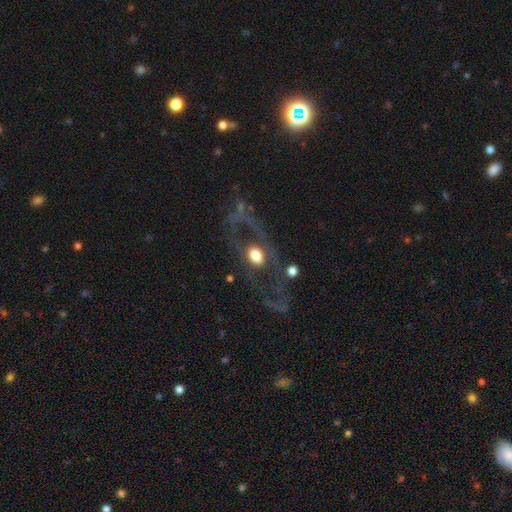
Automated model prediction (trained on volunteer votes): smooth_or_featured: featured or disk (p=0.56) [alt: smooth p=0.35]
disk_edge_on: no (p=0.92) [alt: yes p=0.08]
bar: no (p=0.77) [alt: weak p=0.16]
has_spiral_arms: no (p=0.53) [alt: yes p=0.47]
bulge_size: large (p=0.44) [alt: moderate p=0.40]
merging: none (p=0.48) [alt: major disturbance p=0.32]